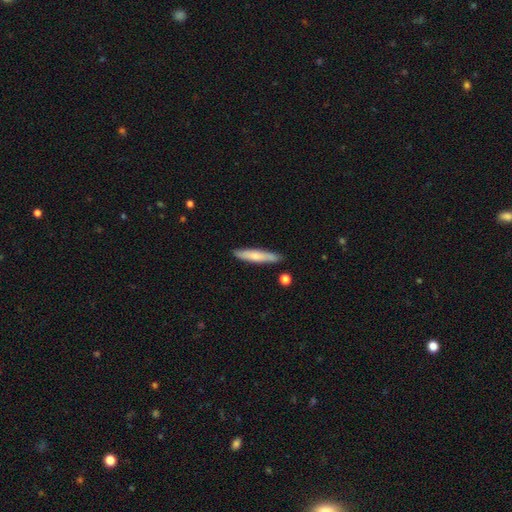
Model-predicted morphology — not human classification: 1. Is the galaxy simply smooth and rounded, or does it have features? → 66% smooth, 29% featured or disk, 6% star or artifact.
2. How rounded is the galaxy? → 89% cigar-shaped, 9% in between, 1% round.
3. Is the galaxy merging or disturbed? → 85% none, 11% minor disturbance, 3% merger, 2% major disturbance.